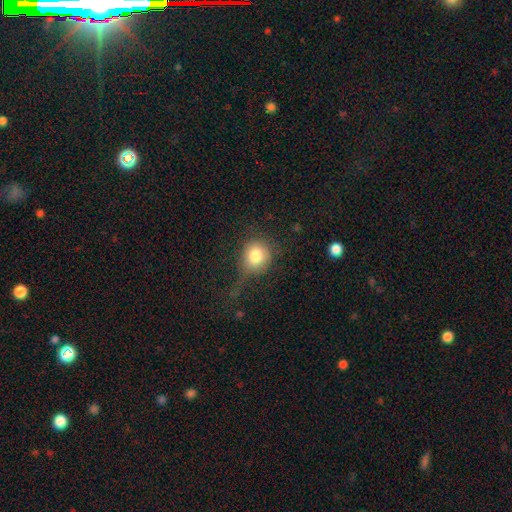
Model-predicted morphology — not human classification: type=smooth (80%); roundness=round (81%); merging=none (56%).